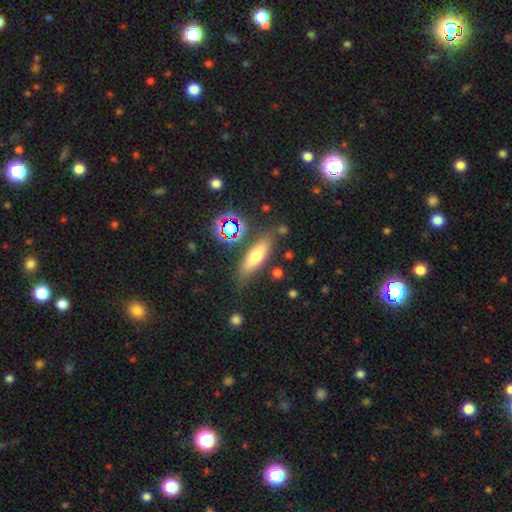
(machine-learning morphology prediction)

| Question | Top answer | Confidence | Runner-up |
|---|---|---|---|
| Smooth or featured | smooth | 63% | featured or disk (25%) |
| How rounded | cigar-shaped | 50% | in between (46%) |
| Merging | none | 77% | minor disturbance (14%) |